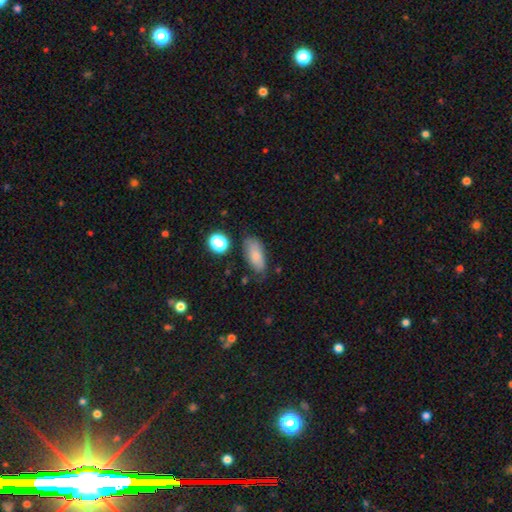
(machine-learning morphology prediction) The model was most divided on "merging": none: 67%, minor disturbance: 24%, major disturbance: 6%, merger: 3%. More confident: how rounded — in between (88%); smooth or featured — smooth (76%).